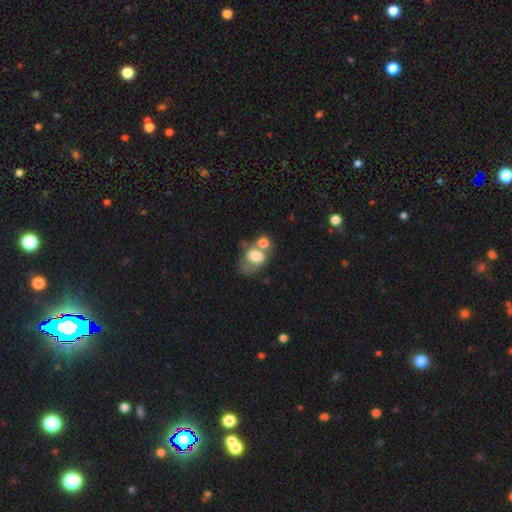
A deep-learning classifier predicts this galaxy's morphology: type=smooth (67%); roundness=in between (68%); merging=merger (57%).